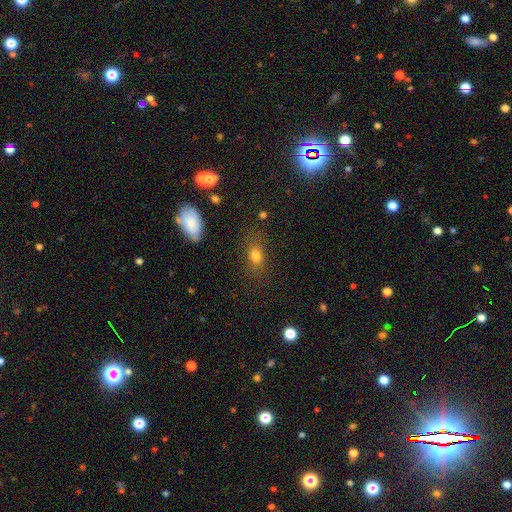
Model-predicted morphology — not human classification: A smooth galaxy with no disk features (78%) that is in between round and cigar-shaped (72%). Merging: none (75%).